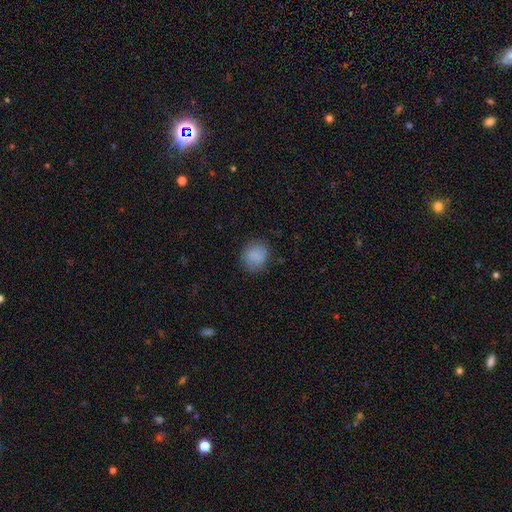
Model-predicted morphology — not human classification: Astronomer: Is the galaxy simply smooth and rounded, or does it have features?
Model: smooth — 84%.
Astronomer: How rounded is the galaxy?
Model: round — 75%.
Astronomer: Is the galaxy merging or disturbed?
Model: none — 81%.